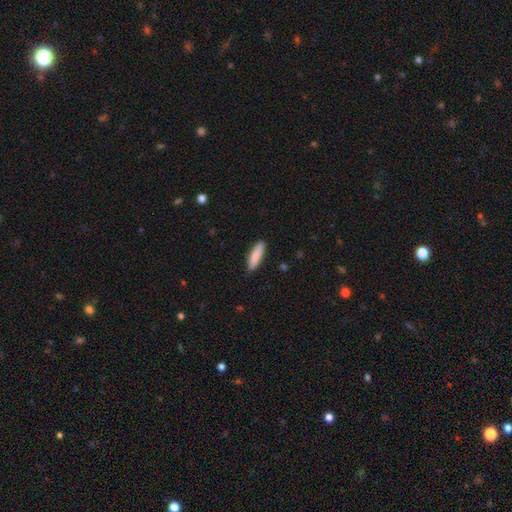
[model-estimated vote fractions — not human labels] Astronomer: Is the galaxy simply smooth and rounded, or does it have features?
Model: smooth — 86%.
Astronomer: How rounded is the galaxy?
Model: cigar-shaped — 63%.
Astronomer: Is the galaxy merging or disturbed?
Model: none — 85%.